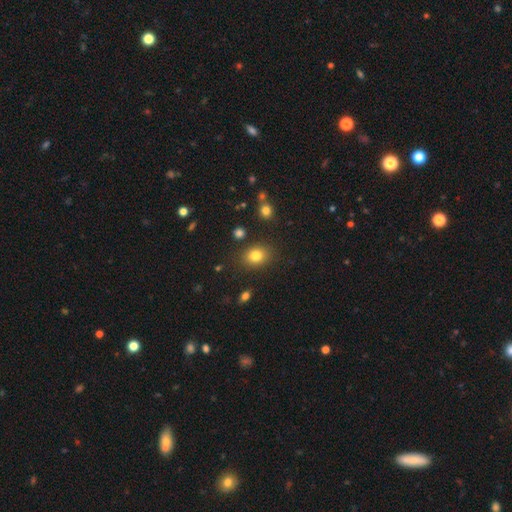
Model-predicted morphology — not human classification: A smooth galaxy with no disk features (81%) that is round (50%).

Vote fractions:
- Smooth or featured? smooth: 81% / star or artifact: 12% / featured or disk: 7%
- How rounded? round: 50% / in between: 49% / cigar-shaped: 1%
- Merging? none: 84% / minor disturbance: 10% / major disturbance: 3% / merger: 3%